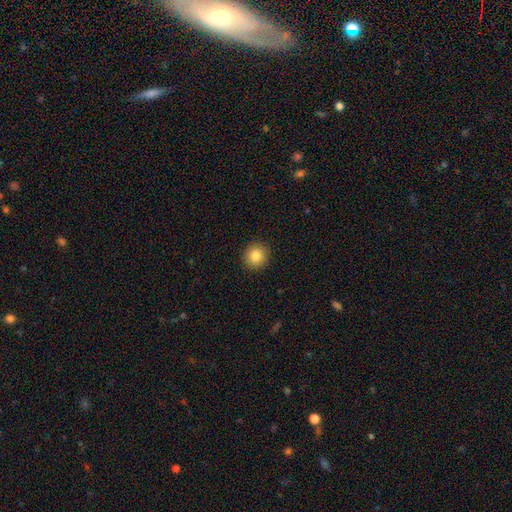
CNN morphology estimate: smooth_or_featured: smooth (p=0.84) [alt: star or artifact p=0.10]
how_rounded: round (p=0.92) [alt: in between p=0.07]
merging: none (p=0.92) [alt: minor disturbance p=0.05]